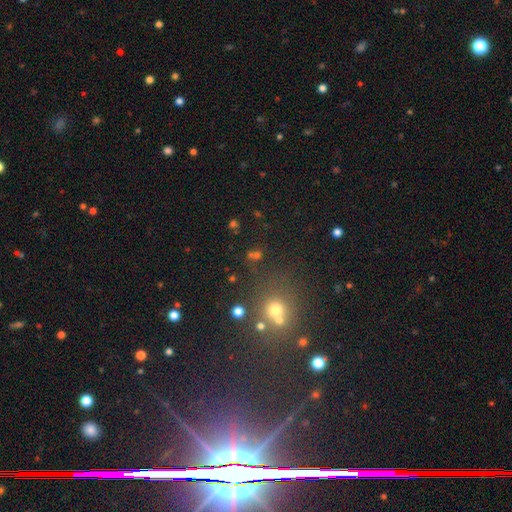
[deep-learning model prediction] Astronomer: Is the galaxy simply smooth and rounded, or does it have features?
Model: smooth — 46% (runner-up: star or artifact, 42%).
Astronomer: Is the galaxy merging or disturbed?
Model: none — 66%.